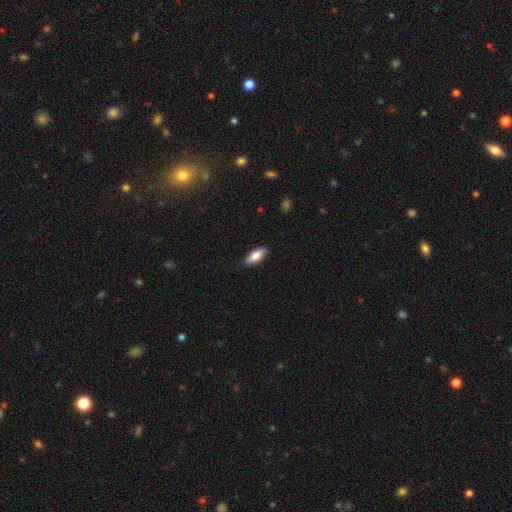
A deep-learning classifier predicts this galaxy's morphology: Smooth or featured? Predicted: smooth (p=0.78). How rounded? Predicted: in between (p=0.75). Merging? Predicted: none (p=0.85).